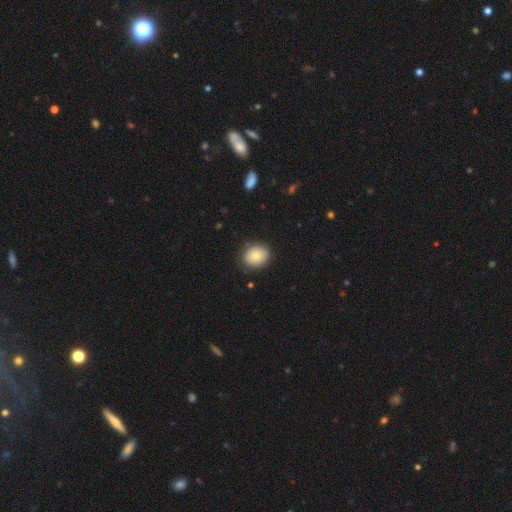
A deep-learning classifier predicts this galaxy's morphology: Overall: smooth (73%). How rounded: round (68%; in between 31%). Merging: none (84%).